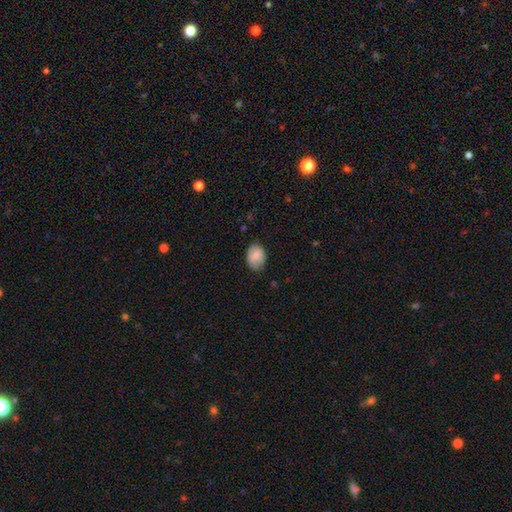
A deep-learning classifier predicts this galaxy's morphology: Overall: smooth (81%). How rounded: in between (78%). Merging: none (77%).